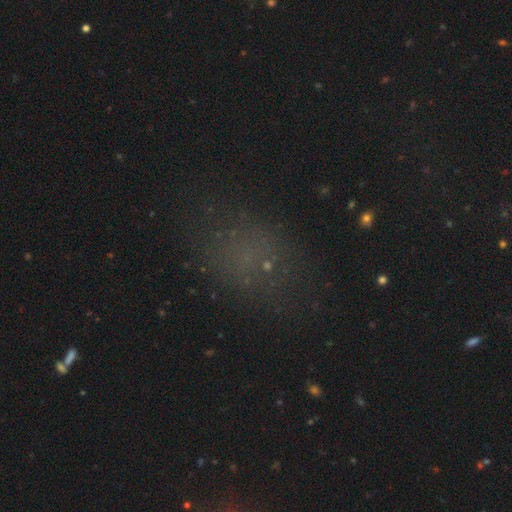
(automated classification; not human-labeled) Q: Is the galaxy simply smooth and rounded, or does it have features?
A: smooth — 47%.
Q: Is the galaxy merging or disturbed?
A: none — 70%.